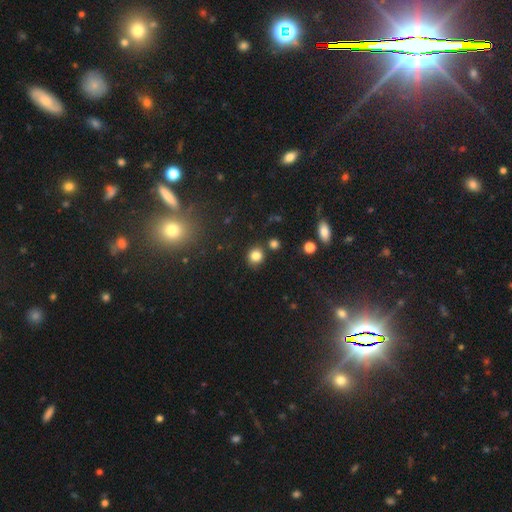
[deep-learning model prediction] This is clearly a smooth galaxy (82%). How rounded: likely round (79%). Merging: clearly none (82%).